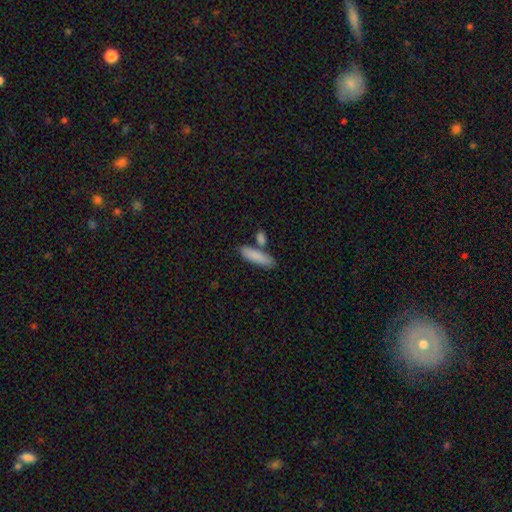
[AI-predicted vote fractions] smooth-or-featured: smooth: 85% | featured or disk: 9% | star or artifact: 6%
  how-rounded: cigar-shaped: 65% | in between: 32% | round: 2%
  merging: none: 69% | merger: 16% | minor disturbance: 12% | major disturbance: 3%